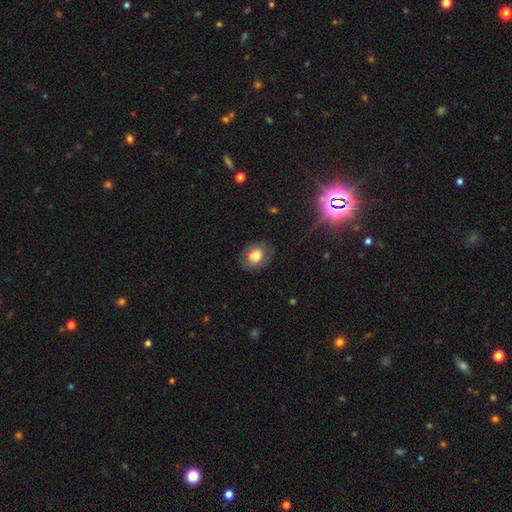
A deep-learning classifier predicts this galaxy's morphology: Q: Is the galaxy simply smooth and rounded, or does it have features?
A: smooth — 70%.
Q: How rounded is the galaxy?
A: in between — 52%.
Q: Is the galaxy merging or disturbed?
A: none — 75%.